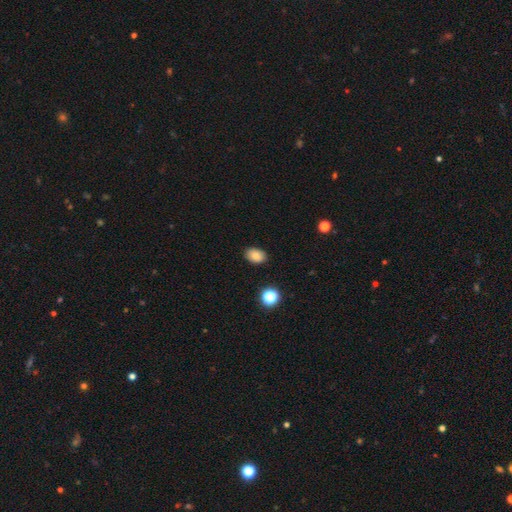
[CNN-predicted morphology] Overall: smooth (83%). How rounded: in between (81%). Merging: none (87%).